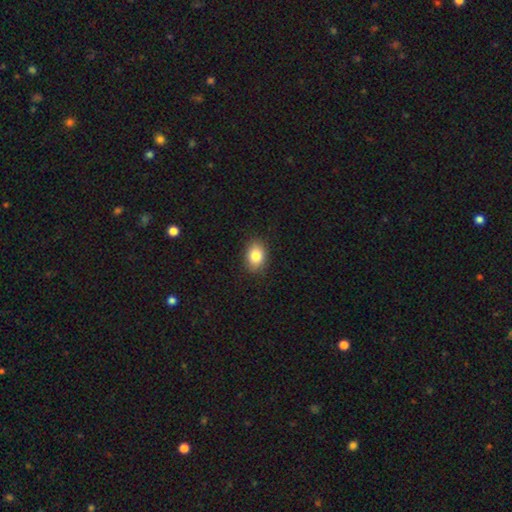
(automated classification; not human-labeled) Smooth or featured? smooth (84%)
How rounded? in between (75%)
Merging? none (87%)